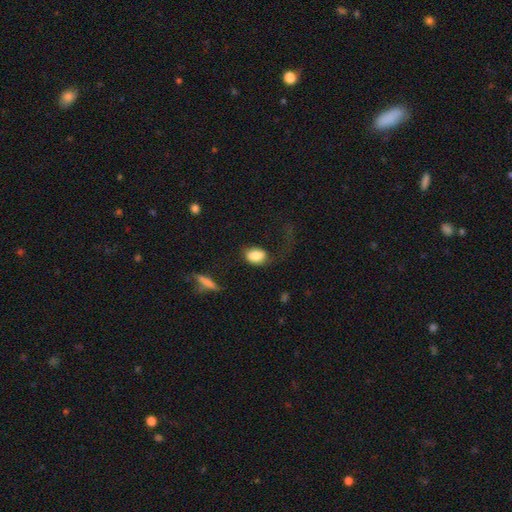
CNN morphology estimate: Overall: smooth (83%). How rounded: in between (79%). Merging: none (45%; major disturbance 30%).